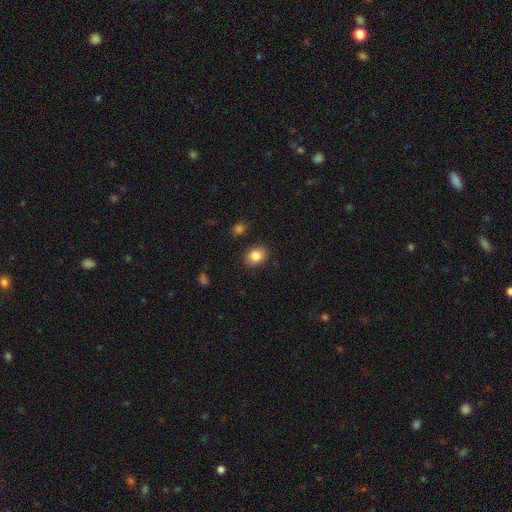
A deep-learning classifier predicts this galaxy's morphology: type=smooth (84%); roundness=in between (51%); merging=none (87%).